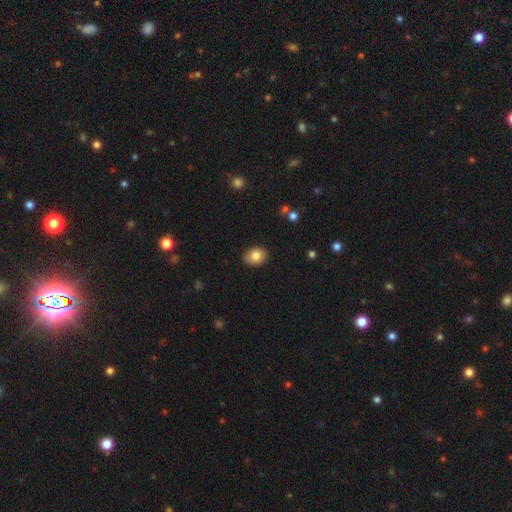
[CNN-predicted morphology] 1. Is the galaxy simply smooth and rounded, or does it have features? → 83% smooth, 8% star or artifact, 8% featured or disk.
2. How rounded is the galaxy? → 59% in between, 40% round, 1% cigar-shaped.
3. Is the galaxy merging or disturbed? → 88% none, 9% minor disturbance, 2% major disturbance, 1% merger.